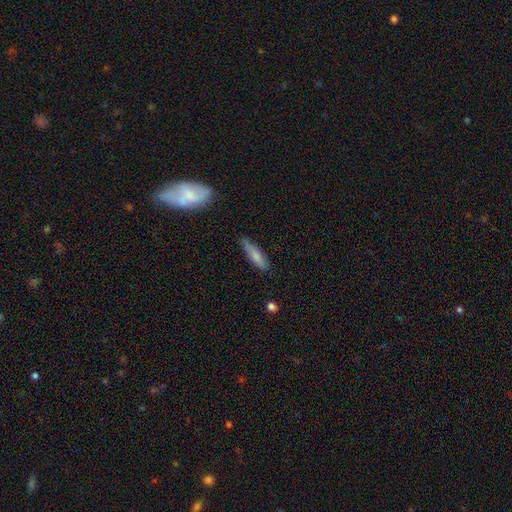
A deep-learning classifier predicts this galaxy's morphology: This appears to be a smooth galaxy with no disk features (76%) that is cigar-shaped (75%). Merging: none (70%).